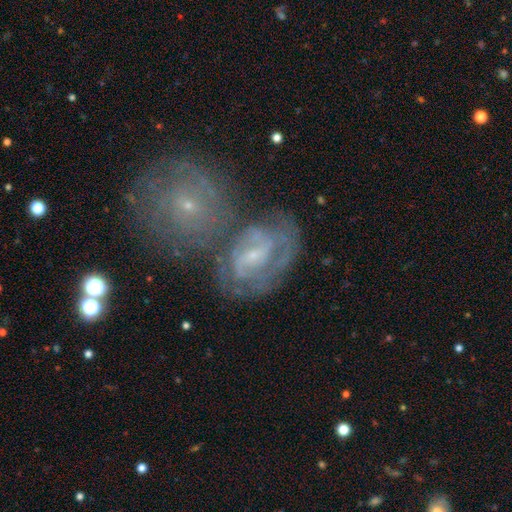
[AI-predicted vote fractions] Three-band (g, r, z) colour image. It shows a featured or disk galaxy (75%) with a weak bar (46%), tight (72%) spiral arms (91%) and a small central bulge (70%). Merging: none (48%).